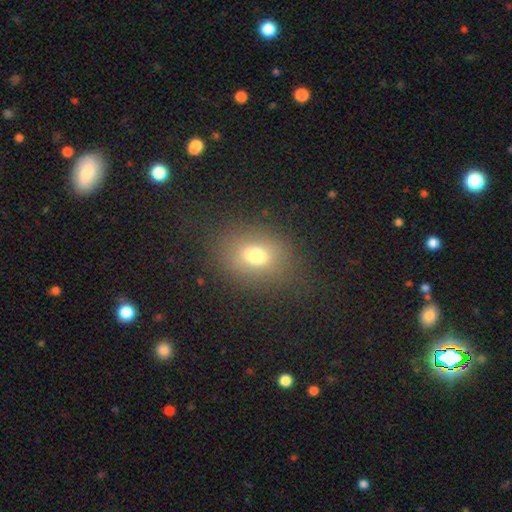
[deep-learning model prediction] Smooth or featured: smooth — 70% (star or artifact — 16%)
How rounded: in between — 55% (round — 44%)
Merging: none — 78% (minor disturbance — 12%)